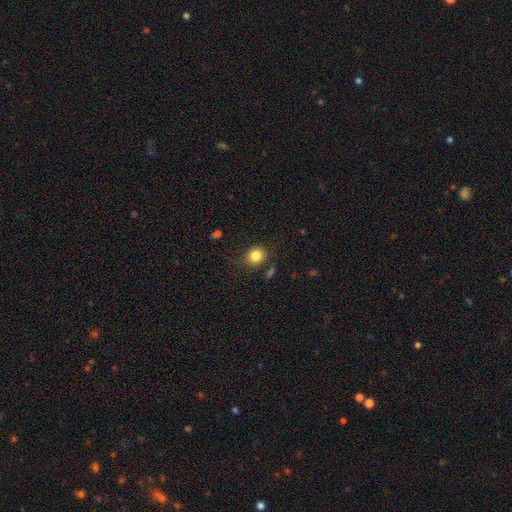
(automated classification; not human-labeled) A smooth galaxy with no disk features (83%) that is round (79%).

Vote fractions:
- Smooth or featured? smooth: 83% / star or artifact: 11% / featured or disk: 6%
- How rounded? round: 79% / in between: 20% / cigar-shaped: 1%
- Merging? none: 81% / minor disturbance: 12% / major disturbance: 4% / merger: 4%